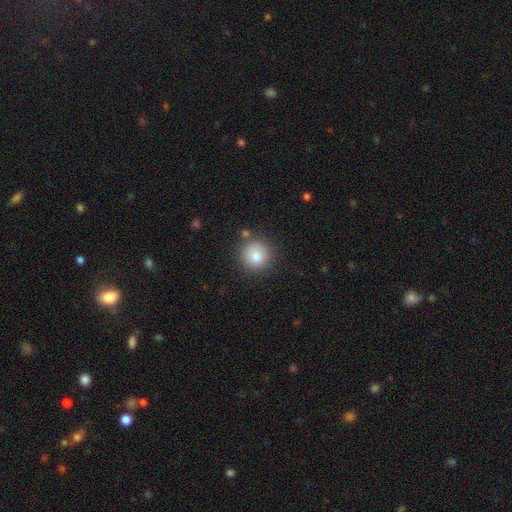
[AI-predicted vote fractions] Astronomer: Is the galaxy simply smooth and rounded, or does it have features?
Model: smooth — 82%.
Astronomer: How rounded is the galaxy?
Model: round — 94%.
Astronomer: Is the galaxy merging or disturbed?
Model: none — 83%.